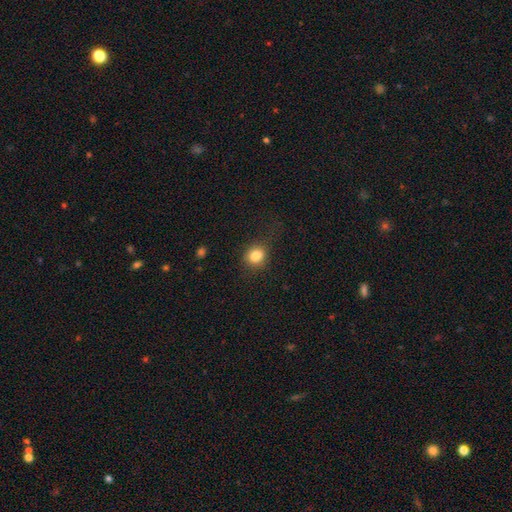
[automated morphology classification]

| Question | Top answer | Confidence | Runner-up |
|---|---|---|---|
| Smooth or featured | smooth | 83% | star or artifact (11%) |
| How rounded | round | 71% | in between (28%) |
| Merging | none | 75% | minor disturbance (16%) |